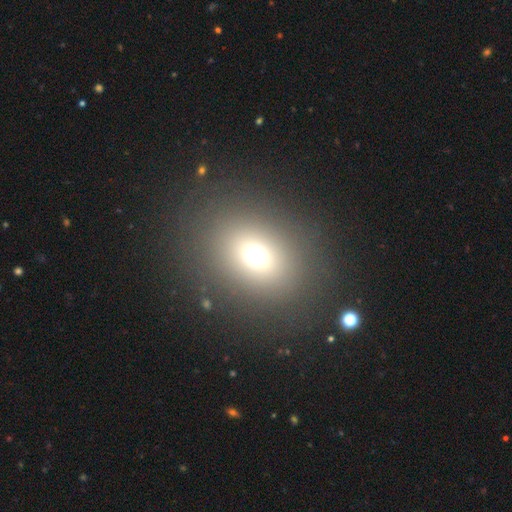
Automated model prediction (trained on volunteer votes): smooth 68%, star or artifact 20%, featured or disk 12%. Down the decision tree: how rounded — round (55%); merging — none (84%).